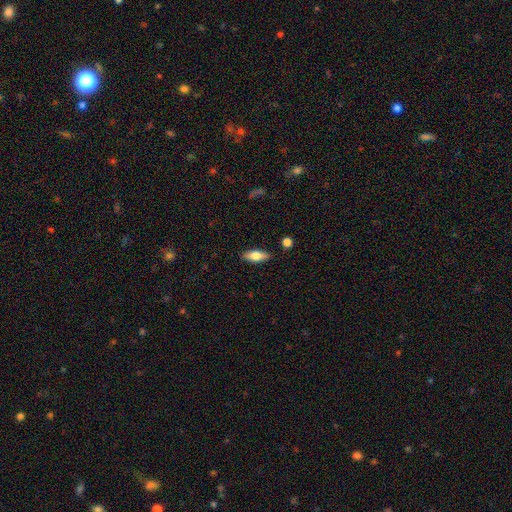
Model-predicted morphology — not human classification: smooth-or-featured: smooth: 69% | featured or disk: 24% | star or artifact: 7%
  how-rounded: in between: 72% | cigar-shaped: 26% | round: 3%
  merging: none: 86% | minor disturbance: 9% | major disturbance: 2% | merger: 2%